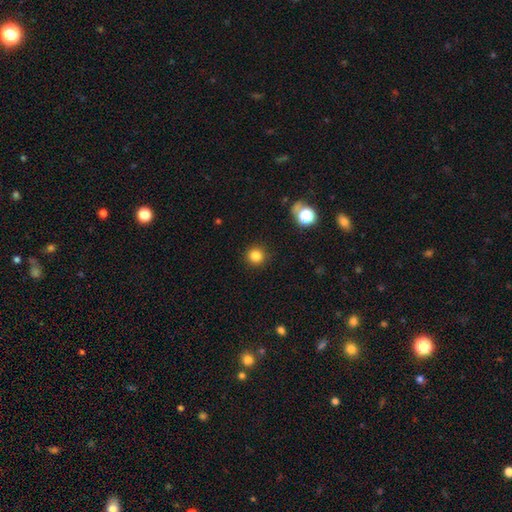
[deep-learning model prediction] This appears to be a smooth galaxy with no disk features (83%) that is round (94%). Merging: none (91%).